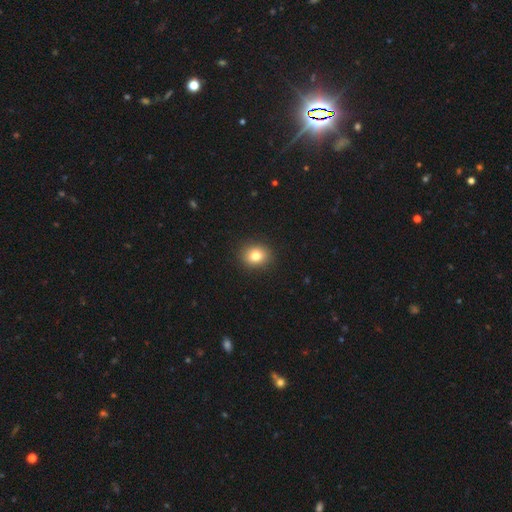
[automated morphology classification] smooth_or_featured: smooth (p=0.81) [alt: star or artifact p=0.11]
how_rounded: round (p=0.61) [alt: in between p=0.38]
merging: none (p=0.91) [alt: minor disturbance p=0.06]